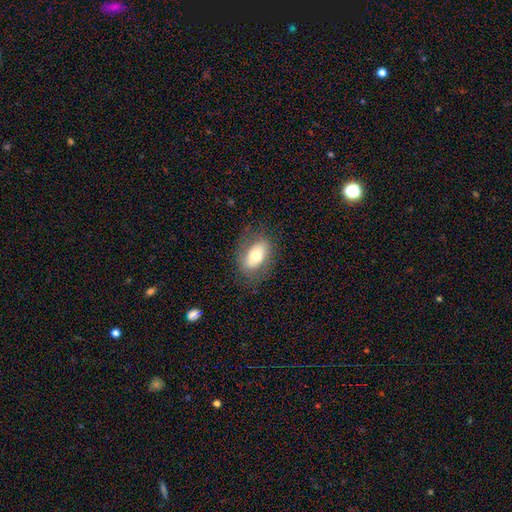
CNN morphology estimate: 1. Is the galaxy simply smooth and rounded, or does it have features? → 65% smooth, 27% featured or disk, 8% star or artifact.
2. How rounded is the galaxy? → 85% in between, 12% round, 2% cigar-shaped.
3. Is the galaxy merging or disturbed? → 76% none, 16% minor disturbance, 6% major disturbance, 1% merger.